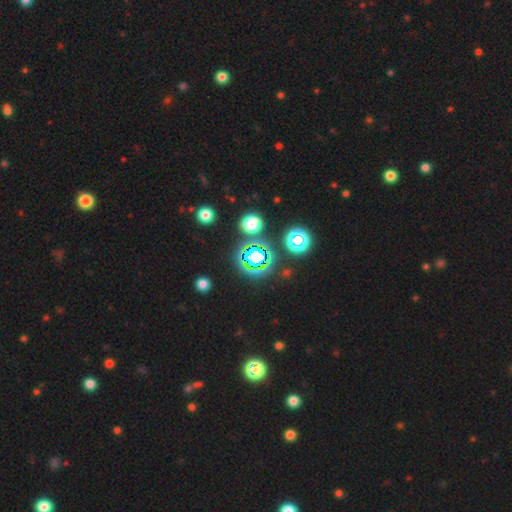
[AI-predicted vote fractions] The model was most divided on "smooth or featured": star or artifact: 75%, smooth: 17%, featured or disk: 8%.